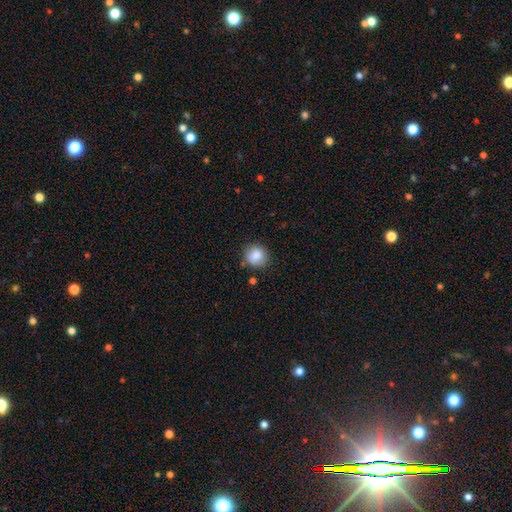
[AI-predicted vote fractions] Morphology: type=smooth (85%); roundness=round (86%); merging=none (80%).